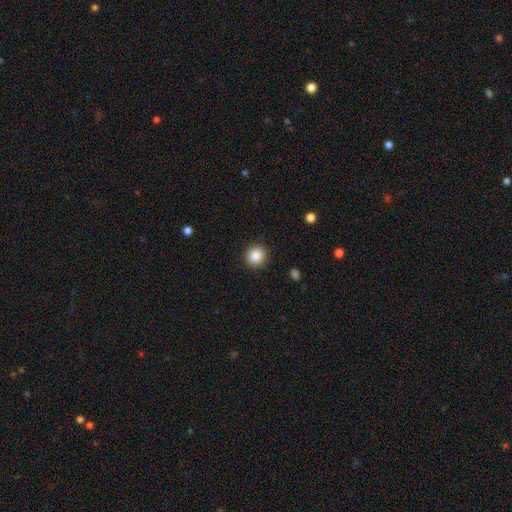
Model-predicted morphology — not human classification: Smooth or featured? Predicted: smooth (p=0.87). How rounded? Predicted: round (p=0.88). Merging? Predicted: none (p=0.90).